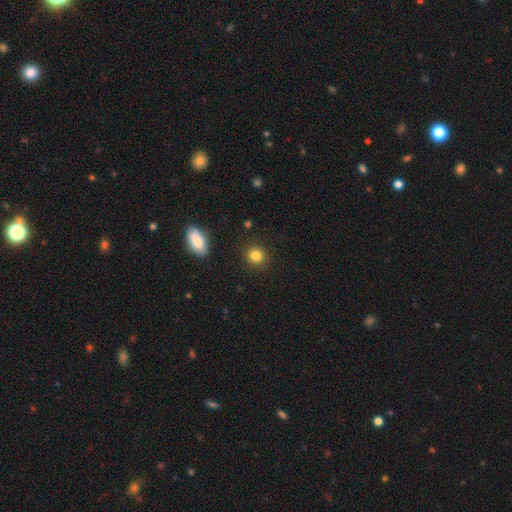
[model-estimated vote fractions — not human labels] A smooth galaxy with no disk features (85%) that is round (81%). Merging: none (90%).